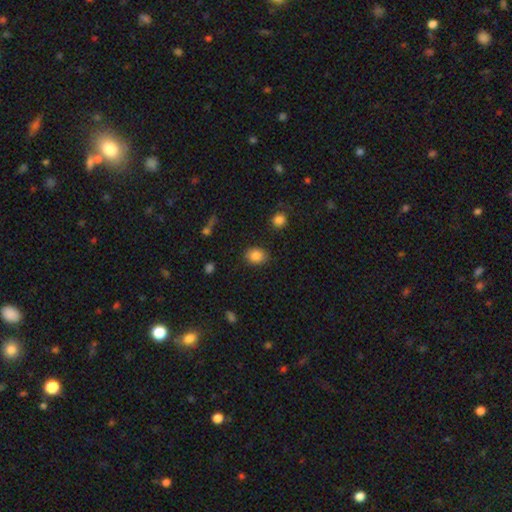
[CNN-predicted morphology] smooth-or-featured: smooth: 85% | star or artifact: 9% | featured or disk: 5%
  how-rounded: in between: 50% | round: 49% | cigar-shaped: 1%
  merging: none: 85% | minor disturbance: 11% | major disturbance: 3% | merger: 2%